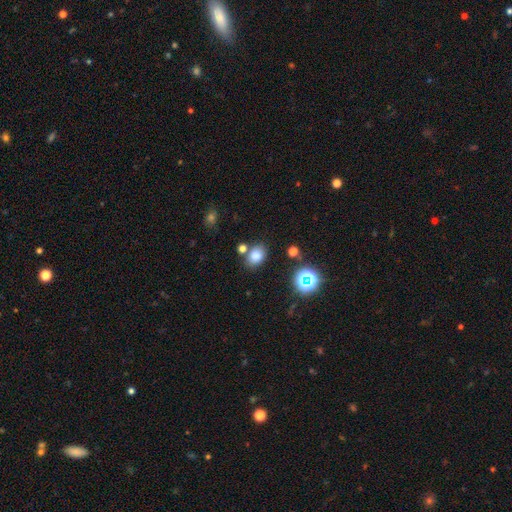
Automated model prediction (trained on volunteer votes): A smooth galaxy with no disk features (78%) that is in between round and cigar-shaped (65%).

Vote fractions:
- Smooth or featured? smooth: 78% / star or artifact: 15% / featured or disk: 7%
- How rounded? in between: 65% / round: 34% / cigar-shaped: 1%
- Merging? none: 74% / minor disturbance: 13% / merger: 9% / major disturbance: 4%